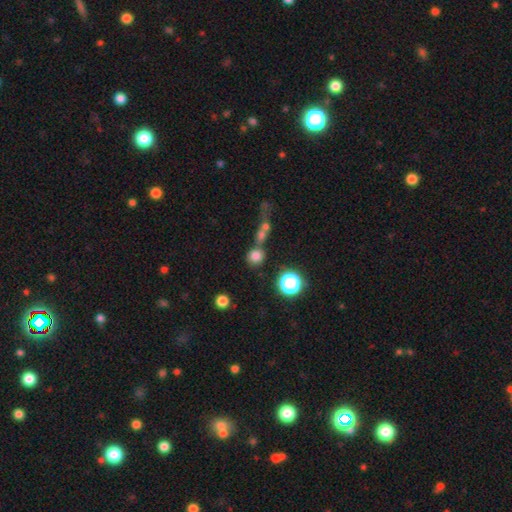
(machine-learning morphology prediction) A smooth galaxy with no disk features (75%) that is round (89%).

Vote fractions:
- Smooth or featured? smooth: 75% / star or artifact: 17% / featured or disk: 7%
- How rounded? round: 89% / in between: 10% / cigar-shaped: 2%
- Merging? none: 60% / merger: 25% / minor disturbance: 9% / major disturbance: 5%